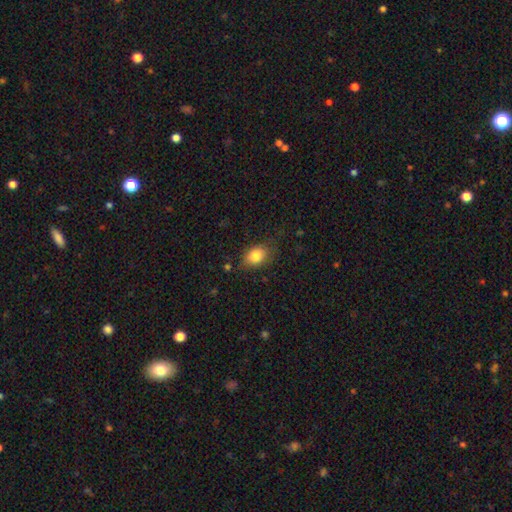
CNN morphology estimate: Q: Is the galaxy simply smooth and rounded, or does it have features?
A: smooth — 82%.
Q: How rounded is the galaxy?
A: in between — 69%.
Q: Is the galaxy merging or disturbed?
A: none — 73%.